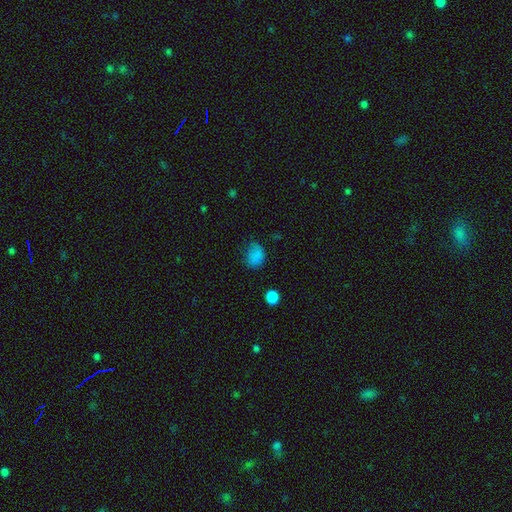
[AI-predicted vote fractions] This appears to be a smooth galaxy with no disk features (81%) that is in between round and cigar-shaped (62%). Merging: none (58%).